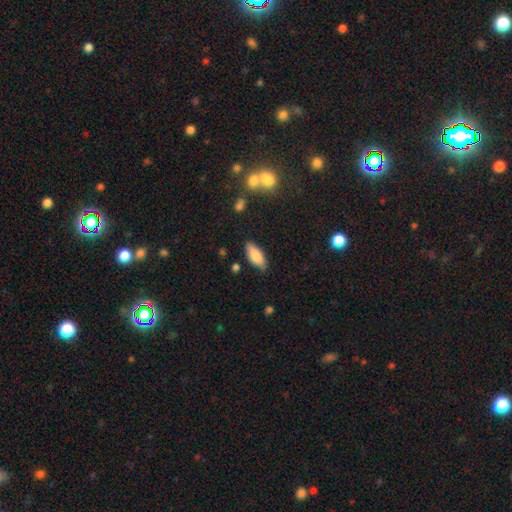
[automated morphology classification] smooth 81%, featured or disk 13%, star or artifact 7%. Down the decision tree: how rounded — in between (74%); merging — none (82%).